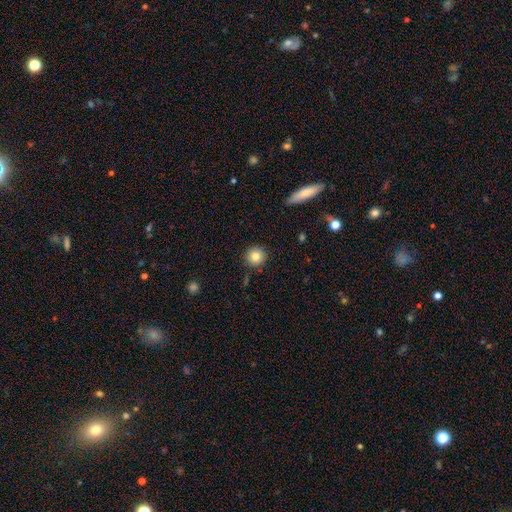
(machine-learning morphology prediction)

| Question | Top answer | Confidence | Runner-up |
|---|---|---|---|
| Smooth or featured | smooth | 84% | star or artifact (9%) |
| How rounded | round | 94% | in between (5%) |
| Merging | none | 89% | minor disturbance (7%) |